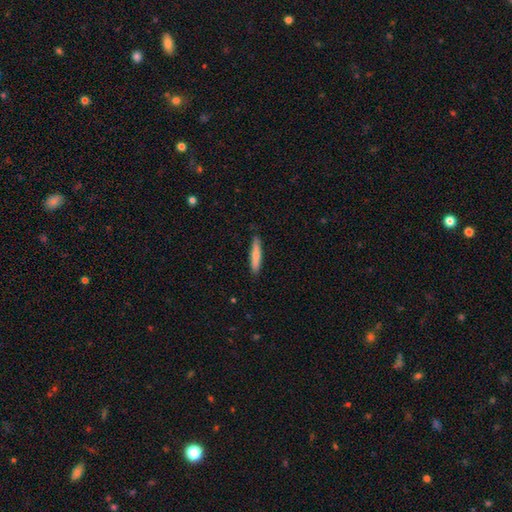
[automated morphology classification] Overall: smooth (73%). How rounded: cigar-shaped (89%). Merging: none (87%).